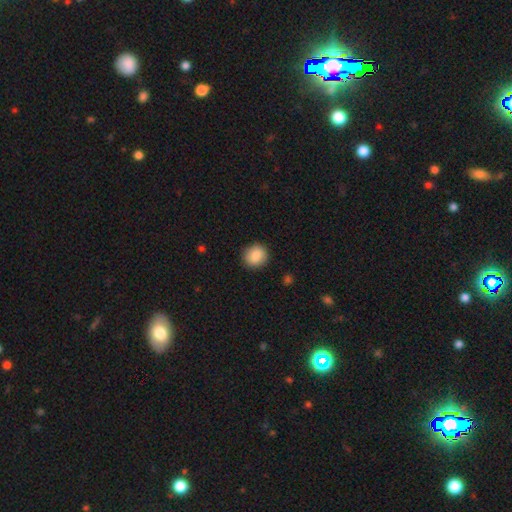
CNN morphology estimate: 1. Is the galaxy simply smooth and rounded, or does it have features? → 87% smooth, 8% star or artifact, 5% featured or disk.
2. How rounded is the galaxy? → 84% round, 15% in between, 1% cigar-shaped.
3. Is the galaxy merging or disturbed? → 90% none, 7% minor disturbance, 2% major disturbance, 1% merger.